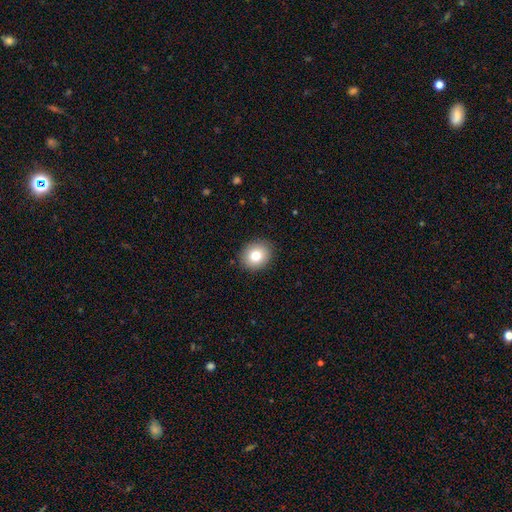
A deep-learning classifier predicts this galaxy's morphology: Overall: smooth (79%). How rounded: round (67%; in between 32%). Merging: none (89%).